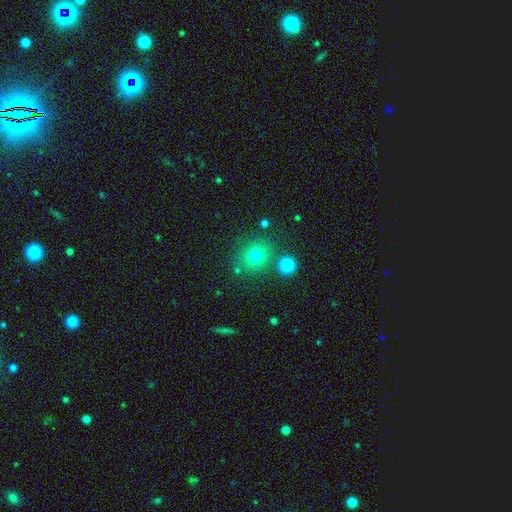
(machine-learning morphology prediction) smooth 77%, star or artifact 15%, featured or disk 8%. Down the decision tree: how rounded — round (79%); merging — none (79%).